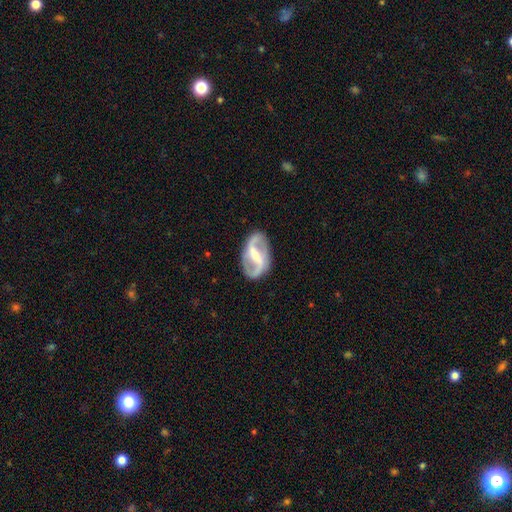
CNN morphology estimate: Smooth or featured: featured or disk — 86% (smooth — 10%)
Edge-on disk: no — 96% (yes — 4%)
Bar: strong — 63% (weak — 29%)
Spiral arms: yes — 89% (no — 11%)
Spiral winding: medium — 43% (loose — 40%)
Spiral arm count: 2 — 91% (can't tell — 4%)
Bulge size: moderate — 41% (small — 39%)
Merging: none — 83% (minor disturbance — 12%)